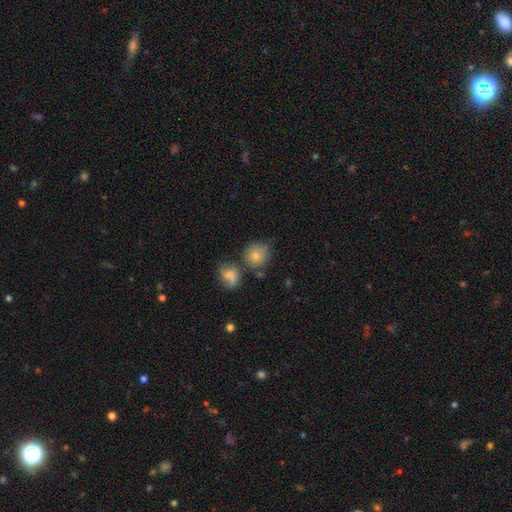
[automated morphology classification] Smooth or featured? Predicted: smooth (p=0.63). How rounded? Predicted: round (p=0.80). Merging? Predicted: none (p=0.64).